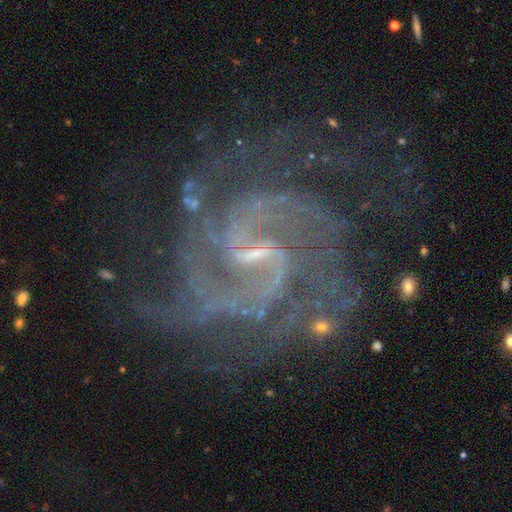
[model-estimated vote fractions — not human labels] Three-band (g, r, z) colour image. It shows a featured or disk galaxy (92%) with a weak bar (57%), 2 (52%) medium (50%) spiral arms (98%) and a small central bulge (70%). Merging: none (69%).